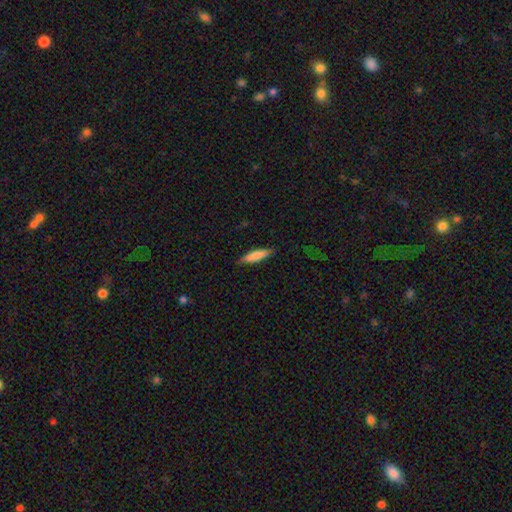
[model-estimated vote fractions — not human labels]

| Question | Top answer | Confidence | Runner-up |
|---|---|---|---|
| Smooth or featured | smooth | 82% | featured or disk (13%) |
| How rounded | cigar-shaped | 75% | in between (23%) |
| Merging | none | 84% | minor disturbance (12%) |